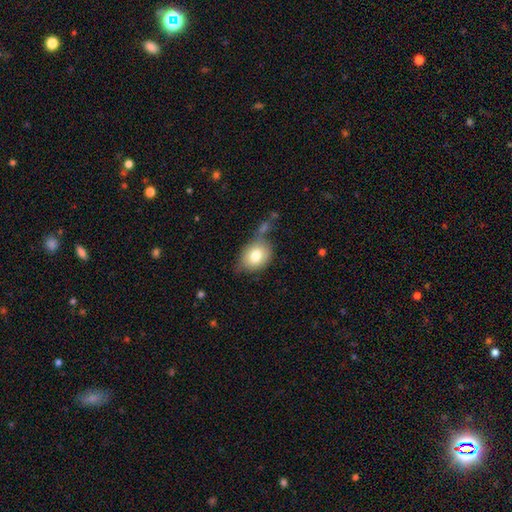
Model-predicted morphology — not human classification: This appears to be a smooth galaxy with no disk features (77%) that is in between round and cigar-shaped (58%). Merging: none (47%).